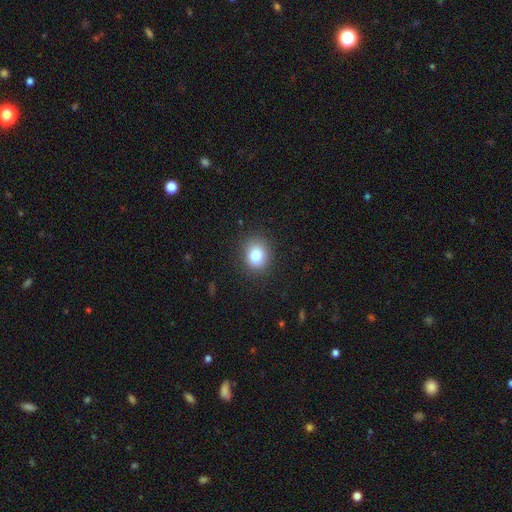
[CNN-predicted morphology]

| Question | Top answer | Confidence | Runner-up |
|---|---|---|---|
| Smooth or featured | smooth | 82% | star or artifact (11%) |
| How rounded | round | 62% | in between (37%) |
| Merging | none | 86% | minor disturbance (10%) |